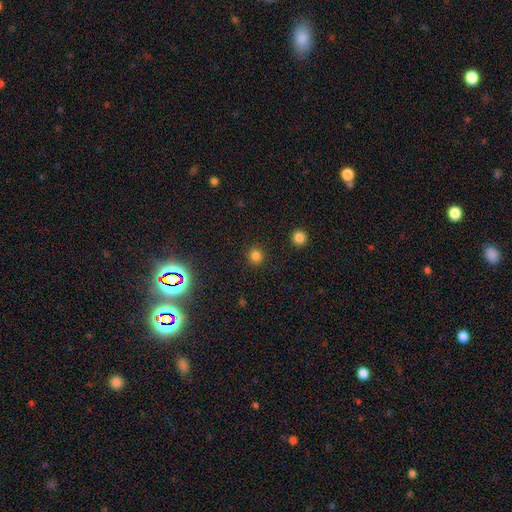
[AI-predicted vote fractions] This is likely a smooth galaxy (79%). How rounded: clearly round (92%). Merging: clearly none (91%).